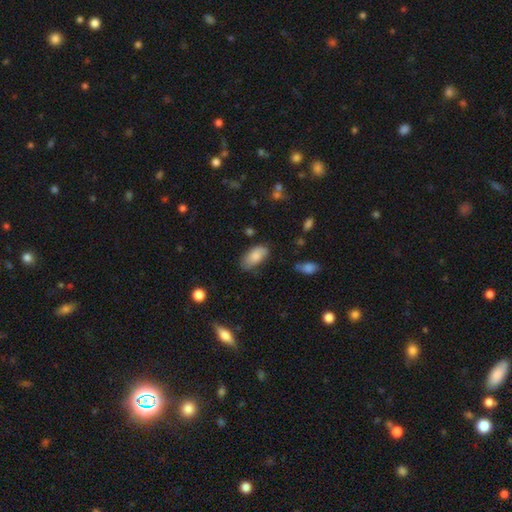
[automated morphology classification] Overall: smooth (83%). How rounded: in between (93%). Merging: none (68%).